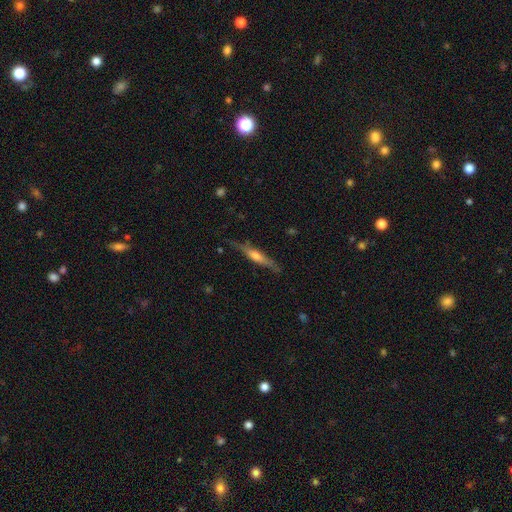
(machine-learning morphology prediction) Q: Smooth or featured?
A: featured or disk (63%); runner-up: smooth (31%)
Q: Edge-on disk?
A: yes (95%); runner-up: no (5%)
Q: Edge-on bulge?
A: rounded (74%); runner-up: boxy (13%)
Q: Merging?
A: none (78%); runner-up: minor disturbance (17%)